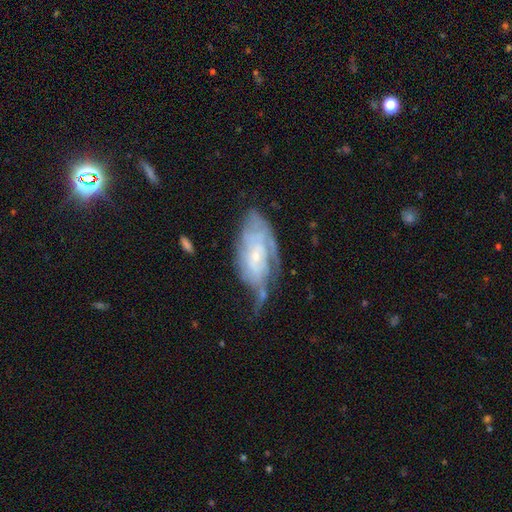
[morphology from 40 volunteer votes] smooth_or_featured: featured or disk (p=0.72) [alt: smooth p=0.23]
disk_edge_on: no (p=0.76) [alt: yes p=0.24]
bar: weak (p=0.50) [tied with: no p=0.50]
has_spiral_arms: yes (p=0.73) [alt: no p=0.27]
spiral_winding: tight (p=0.62) [alt: medium p=0.25]
spiral_arm_count: 2 (p=0.38) [tied with: can't tell p=0.38]
bulge_size: small (p=0.45) [alt: moderate p=0.36]
merging: none (p=0.39) [alt: minor disturbance p=0.37]